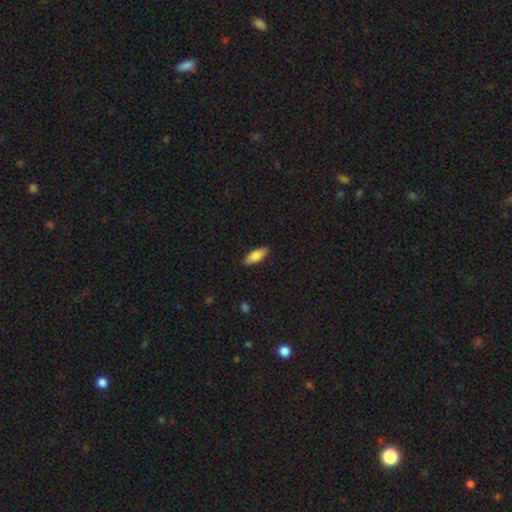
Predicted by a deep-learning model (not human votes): This is clearly a smooth galaxy (84%). How rounded: likely in between (75%). Merging: clearly none (87%).